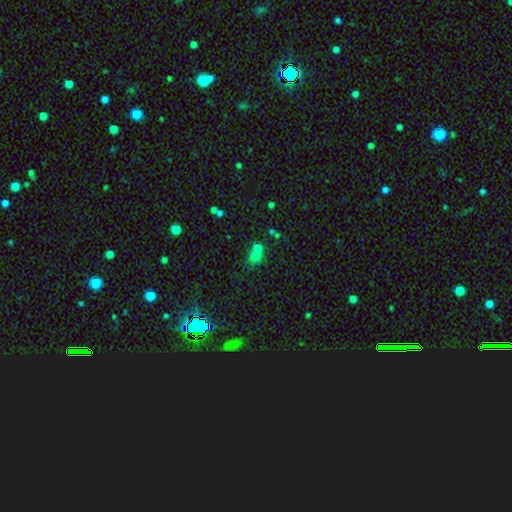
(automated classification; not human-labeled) A smooth galaxy with no disk features (65%) that is round (74%).

Vote fractions:
- Smooth or featured? smooth: 65% / star or artifact: 21% / featured or disk: 14%
- How rounded? round: 74% / in between: 25% / cigar-shaped: 1%
- Merging? merger: 55% / none: 35% / minor disturbance: 7% / major disturbance: 4%